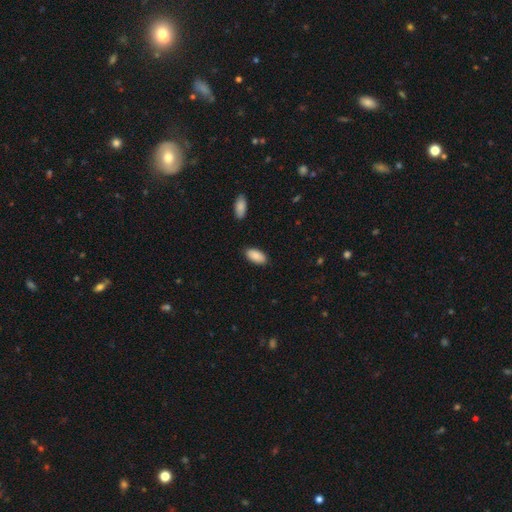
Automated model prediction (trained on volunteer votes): Overall: smooth (90%). How rounded: in between (94%). Merging: none (86%).